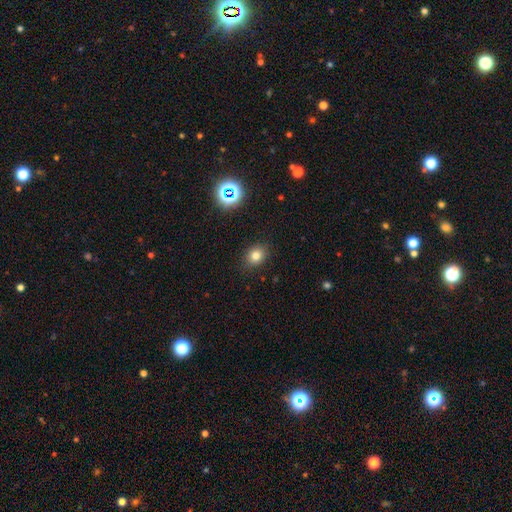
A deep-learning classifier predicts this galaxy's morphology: smooth_or_featured: smooth (p=0.78) [alt: star or artifact p=0.15]
how_rounded: round (p=0.58) [alt: in between p=0.41]
merging: none (p=0.87) [alt: minor disturbance p=0.09]